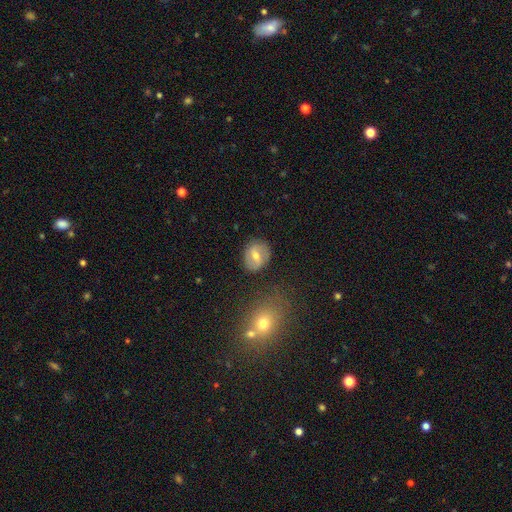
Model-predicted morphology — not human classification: smooth_or_featured: smooth (p=0.48) [alt: featured or disk p=0.43]
merging: none (p=0.81) [alt: minor disturbance p=0.12]